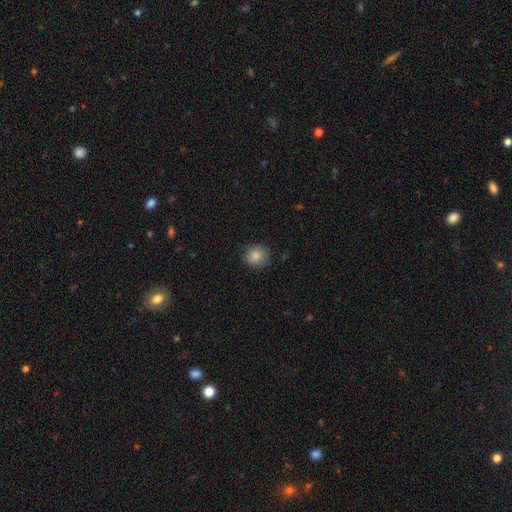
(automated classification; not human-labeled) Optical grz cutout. It shows a smooth galaxy with no disk features (85%) that is round (87%). Merging: none (86%).